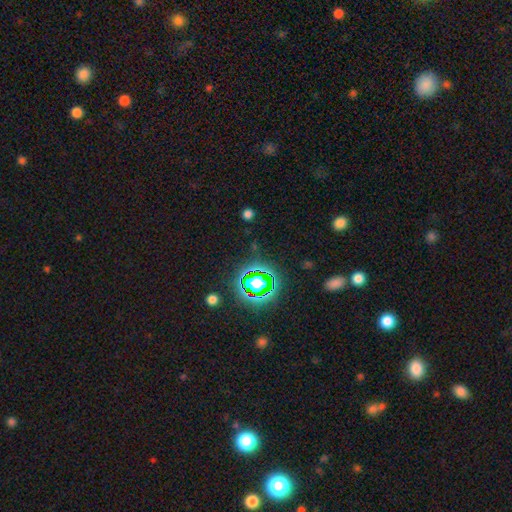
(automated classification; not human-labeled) This is likely a star or artifact rather than a galaxy (74%).